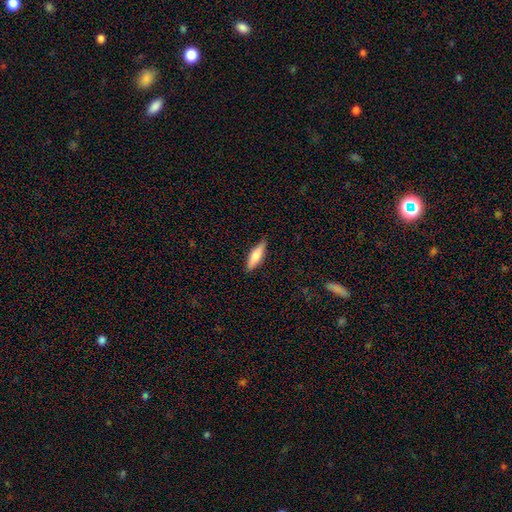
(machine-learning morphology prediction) Overall: smooth (73%). How rounded: cigar-shaped (65%; in between 34%). Merging: none (88%).